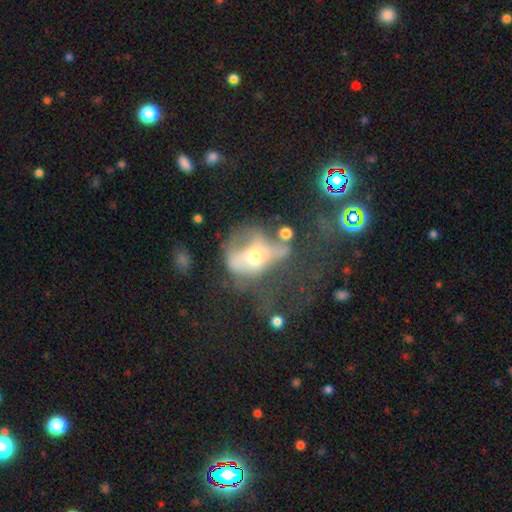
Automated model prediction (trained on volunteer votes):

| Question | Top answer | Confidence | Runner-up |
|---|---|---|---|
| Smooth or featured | featured or disk | 54% | smooth (30%) |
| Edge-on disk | no | 88% | yes (12%) |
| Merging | major disturbance | 48% | none (25%) |